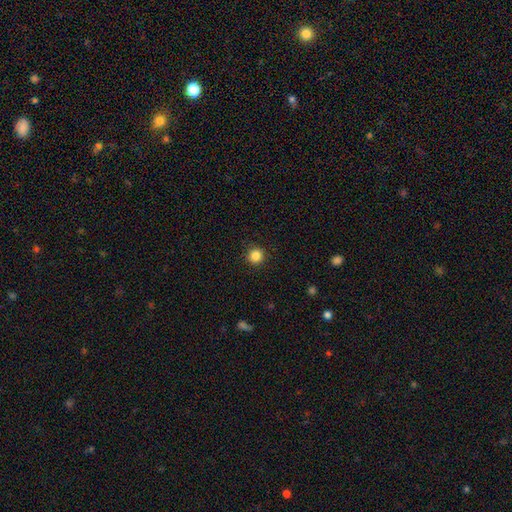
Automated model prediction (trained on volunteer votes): smooth-or-featured: smooth: 85% | star or artifact: 11% | featured or disk: 4%
  how-rounded: round: 94% | in between: 5% | cigar-shaped: 1%
  merging: none: 91% | minor disturbance: 6% | major disturbance: 2% | merger: 1%